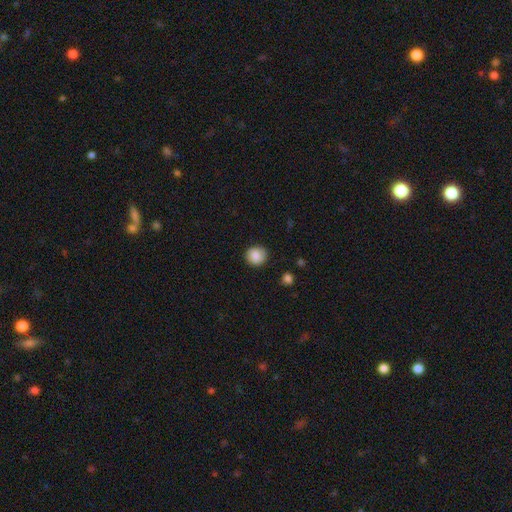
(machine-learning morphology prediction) The model was most divided on "merging": none: 87%, minor disturbance: 10%, major disturbance: 2%, merger: 1%. More confident: how rounded — round (89%); smooth or featured — smooth (86%).